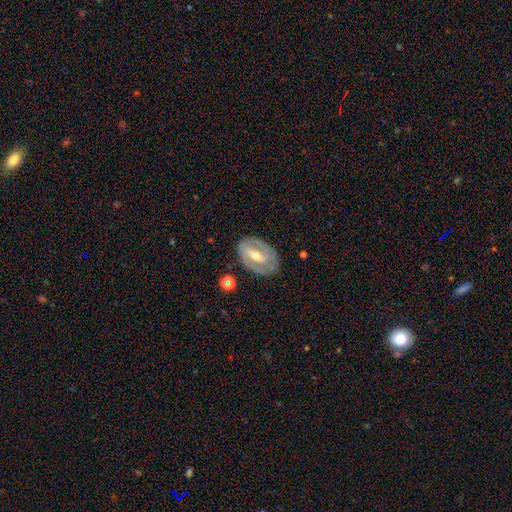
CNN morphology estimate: Smooth or featured? featured or disk (71%)
Edge-on disk? no (92%)
Bar? strong (45%)
Spiral arms? yes (58%)
Bulge size? moderate (64%)
Merging? none (78%)